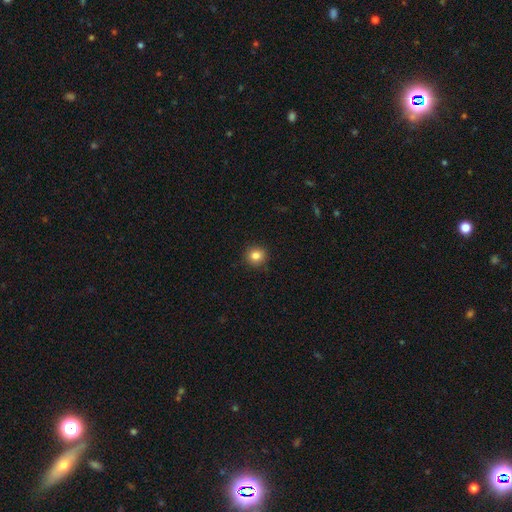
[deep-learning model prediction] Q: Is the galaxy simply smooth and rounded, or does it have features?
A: smooth — 84%.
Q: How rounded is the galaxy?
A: round — 91%.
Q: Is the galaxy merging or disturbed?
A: none — 90%.